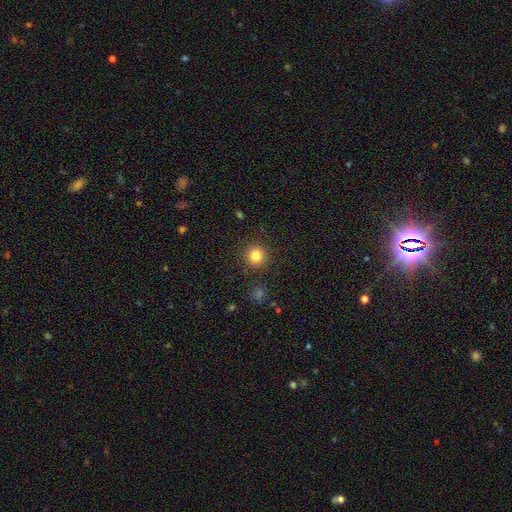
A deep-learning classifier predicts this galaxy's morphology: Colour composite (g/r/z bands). It shows a smooth galaxy with no disk features (83%) that is round (92%). Merging: none (89%).